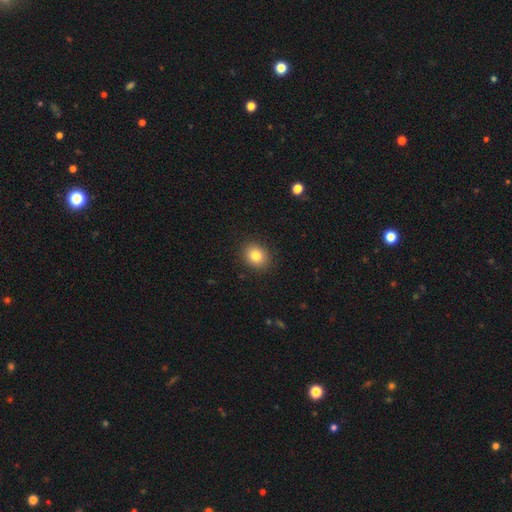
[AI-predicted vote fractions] Overall: smooth (83%). How rounded: round (60%; in between 39%). Merging: none (90%).